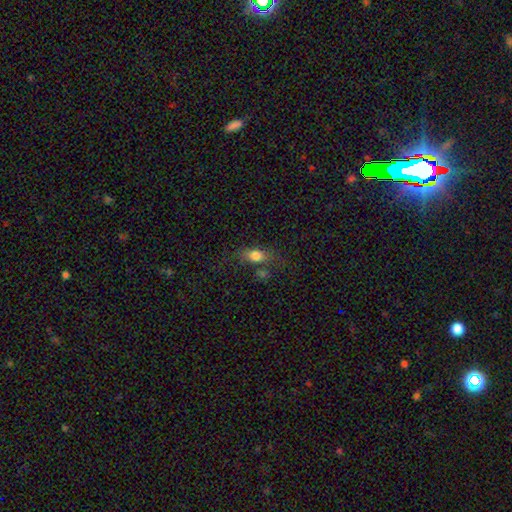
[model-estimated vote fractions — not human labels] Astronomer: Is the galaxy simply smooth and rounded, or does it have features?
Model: smooth — 76%.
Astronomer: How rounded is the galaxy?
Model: in between — 73%.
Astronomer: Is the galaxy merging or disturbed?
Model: none — 52%.